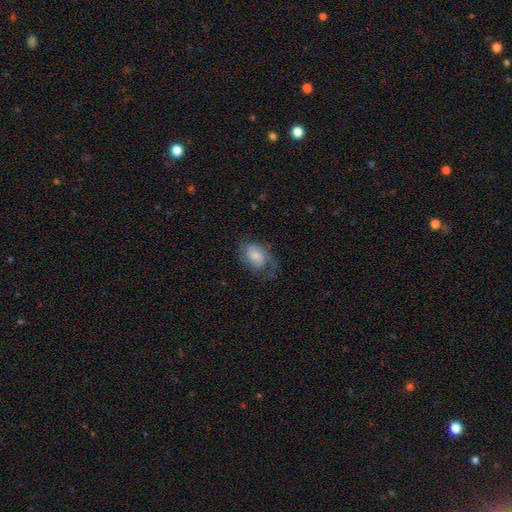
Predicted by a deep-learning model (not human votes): Overall: featured or disk (52%; smooth 41%). Edge-on disk: no (96%). Merging: none (51%; minor disturbance 24%).